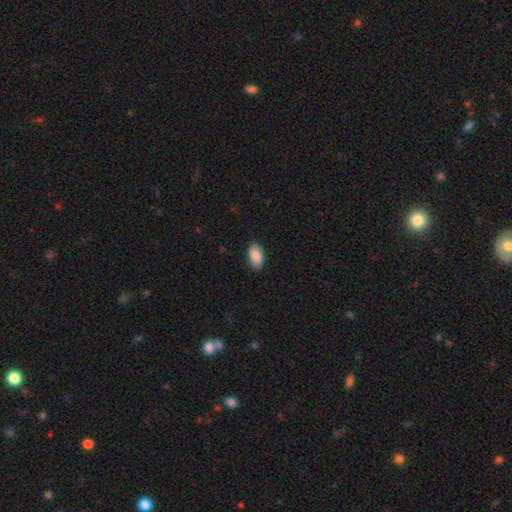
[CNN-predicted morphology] The model was most divided on "merging": none: 88%, minor disturbance: 9%, major disturbance: 2%, merger: 1%. More confident: how rounded — in between (95%); smooth or featured — smooth (89%).